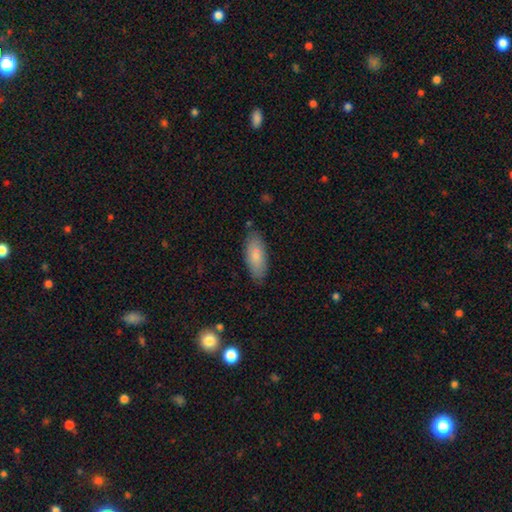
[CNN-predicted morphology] Q: Smooth or featured?
A: smooth (83%); runner-up: featured or disk (12%)
Q: How rounded?
A: in between (78%); runner-up: cigar-shaped (20%)
Q: Merging?
A: none (83%); runner-up: minor disturbance (13%)